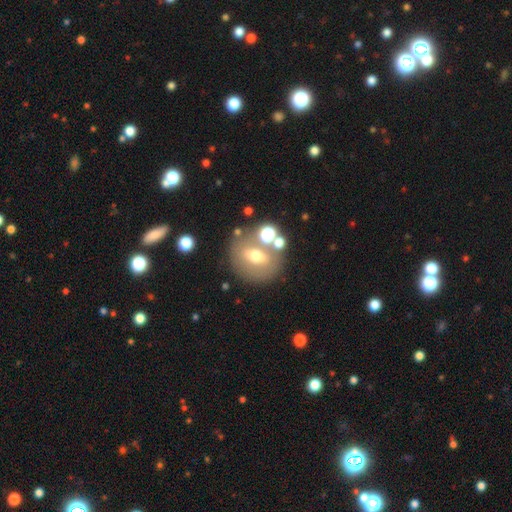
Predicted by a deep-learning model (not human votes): A smooth galaxy with no disk features (46%).

Vote fractions:
- Smooth or featured? smooth: 46% / featured or disk: 40% / star or artifact: 14%
- Merging? none: 67% / merger: 13% / minor disturbance: 13% / major disturbance: 7%